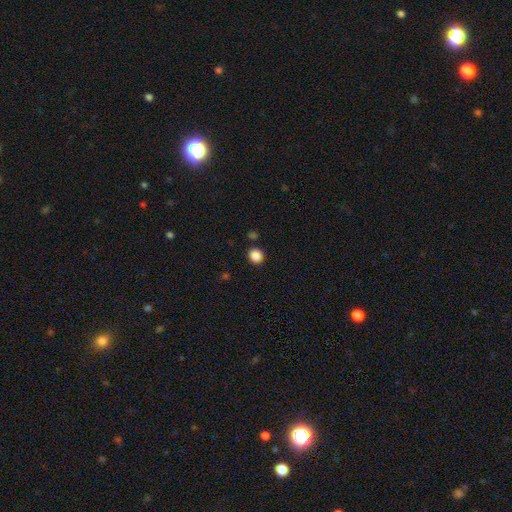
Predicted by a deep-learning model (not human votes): Overall: smooth (86%). How rounded: round (85%). Merging: none (88%).